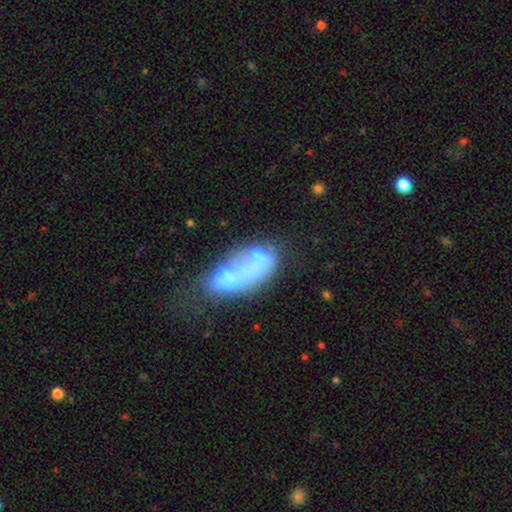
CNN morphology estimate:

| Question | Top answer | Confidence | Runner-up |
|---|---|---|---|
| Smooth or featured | featured or disk | 57% | smooth (30%) |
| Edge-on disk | no | 96% | yes (4%) |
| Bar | no | 91% | weak (6%) |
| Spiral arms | no | 94% | yes (6%) |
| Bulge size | none | 49% | moderate (22%) |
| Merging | merger | 45% | none (23%) |